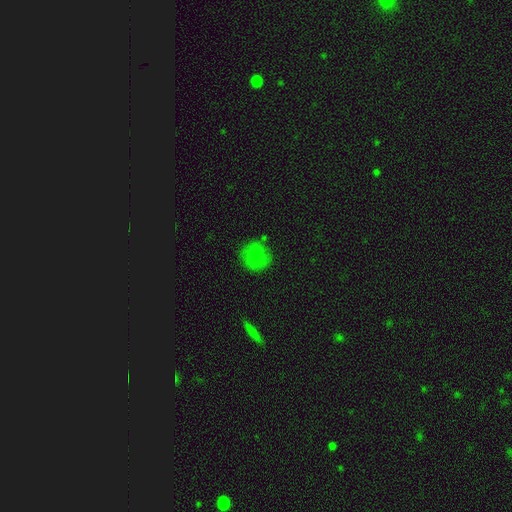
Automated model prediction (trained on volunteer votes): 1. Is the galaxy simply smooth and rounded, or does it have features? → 76% smooth, 14% featured or disk, 10% star or artifact.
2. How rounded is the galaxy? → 91% round, 8% in between, 1% cigar-shaped.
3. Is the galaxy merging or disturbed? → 81% none, 13% minor disturbance, 3% major disturbance, 3% merger.